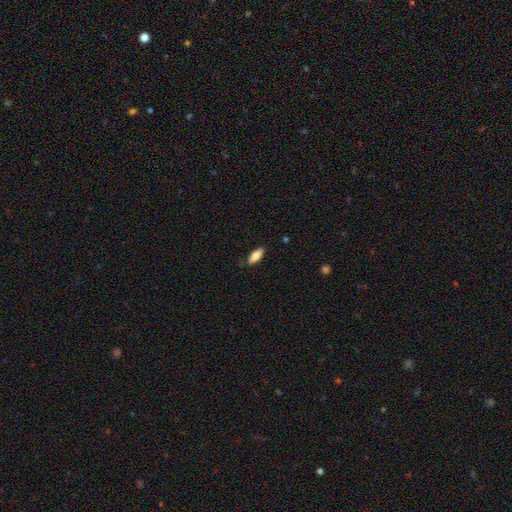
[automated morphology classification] This appears to be a smooth galaxy with no disk features (80%) that is in between round and cigar-shaped (71%). Merging: none (81%).